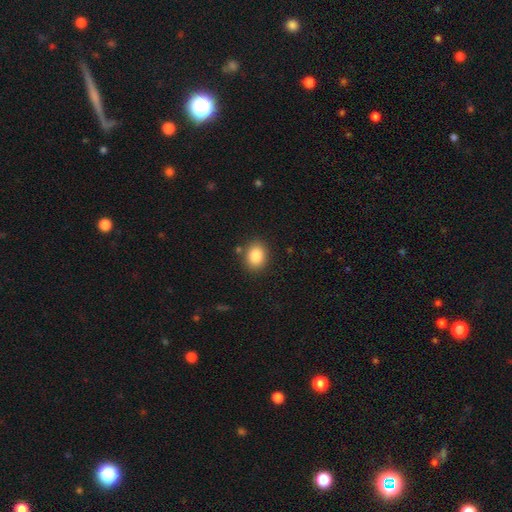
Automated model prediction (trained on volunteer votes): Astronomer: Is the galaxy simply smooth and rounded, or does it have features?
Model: smooth — 86%.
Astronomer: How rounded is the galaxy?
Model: in between — 55% (runner-up: round, 44%).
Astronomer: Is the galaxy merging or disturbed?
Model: none — 85%.